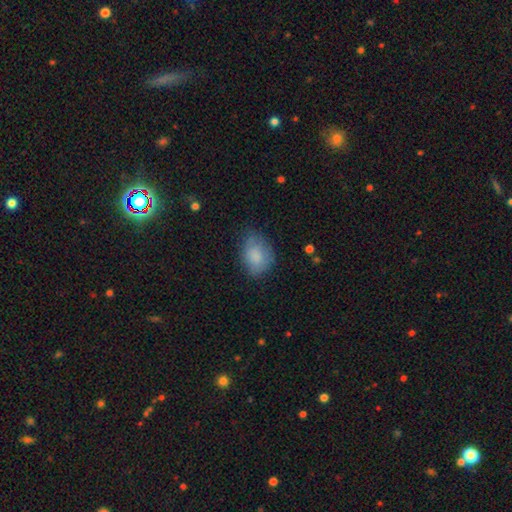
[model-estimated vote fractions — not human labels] Q: Smooth or featured?
A: smooth (82%); runner-up: featured or disk (10%)
Q: How rounded?
A: in between (72%); runner-up: round (27%)
Q: Merging?
A: none (62%); runner-up: minor disturbance (28%)